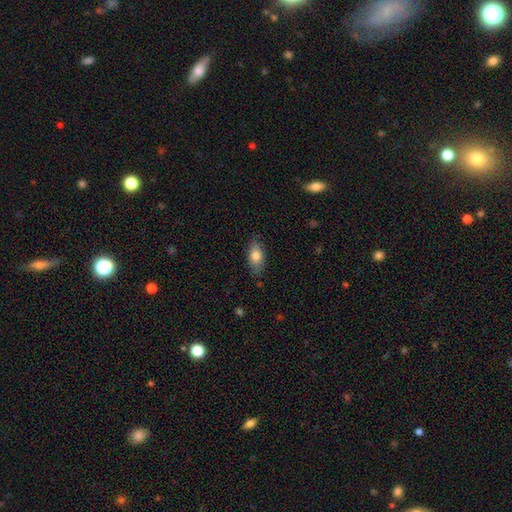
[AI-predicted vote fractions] Smooth or featured? smooth (79%)
How rounded? in between (86%)
Merging? none (81%)